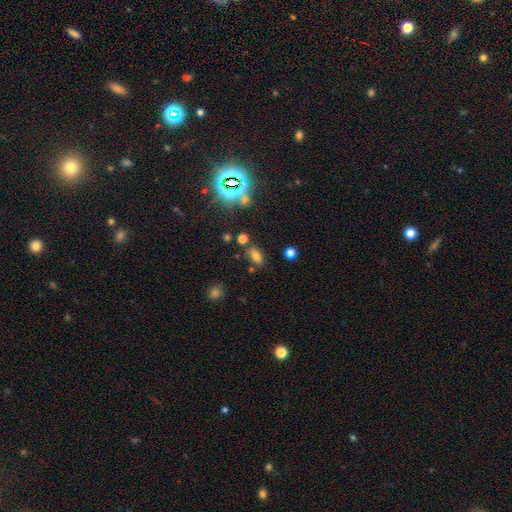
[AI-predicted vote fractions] Morphology: type=smooth (70%); roundness=in between (84%); merging=none (73%).